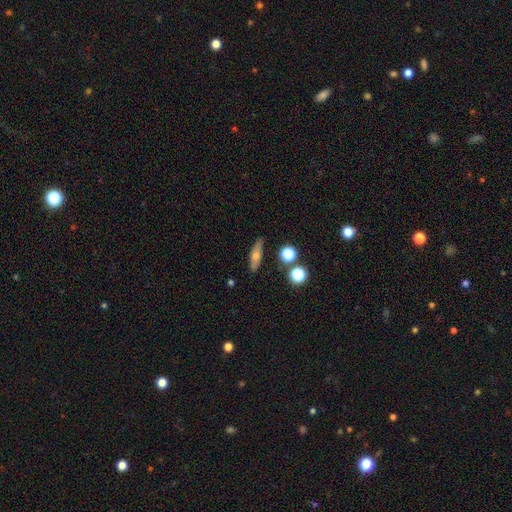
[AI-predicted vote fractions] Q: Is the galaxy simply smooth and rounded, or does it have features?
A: smooth — 55%.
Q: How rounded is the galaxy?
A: cigar-shaped — 54%.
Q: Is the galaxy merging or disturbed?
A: none — 82%.